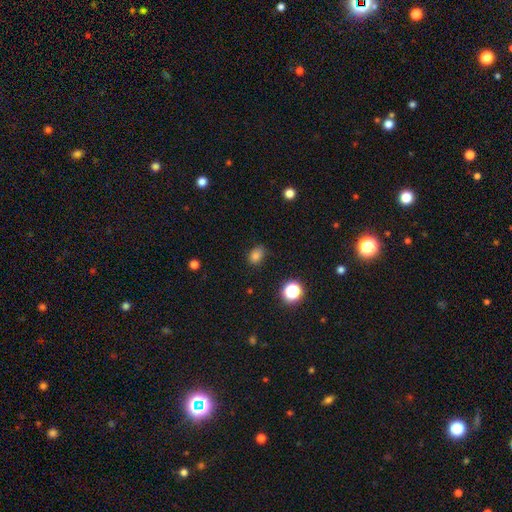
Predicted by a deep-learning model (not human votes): Smooth or featured: smooth — 79% (star or artifact — 16%)
How rounded: in between — 69% (round — 29%)
Merging: none — 76% (minor disturbance — 18%)